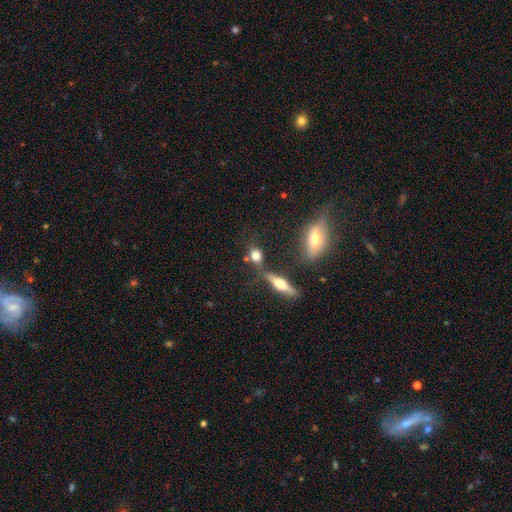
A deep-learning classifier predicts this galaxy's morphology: Smooth or featured? smooth (69%)
How rounded? round (51%)
Merging? none (59%)